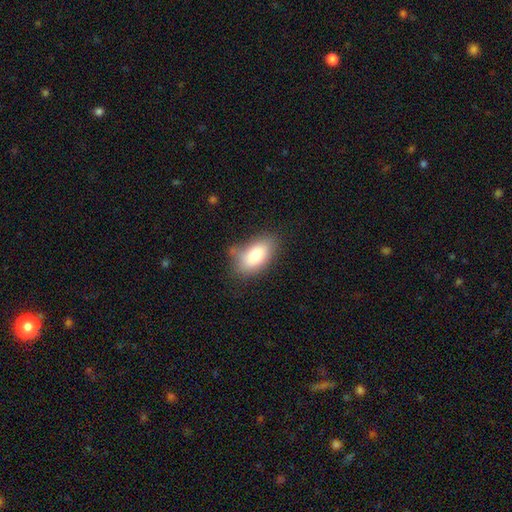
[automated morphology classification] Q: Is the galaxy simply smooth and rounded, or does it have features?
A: smooth — 78%.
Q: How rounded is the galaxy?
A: in between — 91%.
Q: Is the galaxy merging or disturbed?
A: none — 68%.